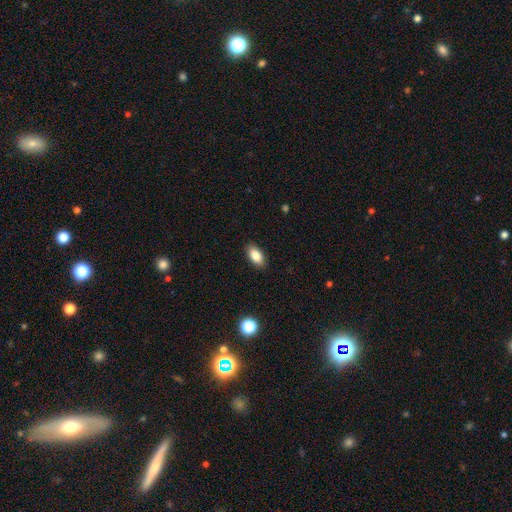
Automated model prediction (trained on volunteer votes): Smooth or featured?
  - smooth: 86% *
  - star or artifact: 8%
  - featured or disk: 7%
How rounded?
  - in between: 92% *
  - cigar-shaped: 4%
  - round: 4%
Merging?
  - none: 89% *
  - minor disturbance: 8%
  - major disturbance: 2%
  - merger: 1%